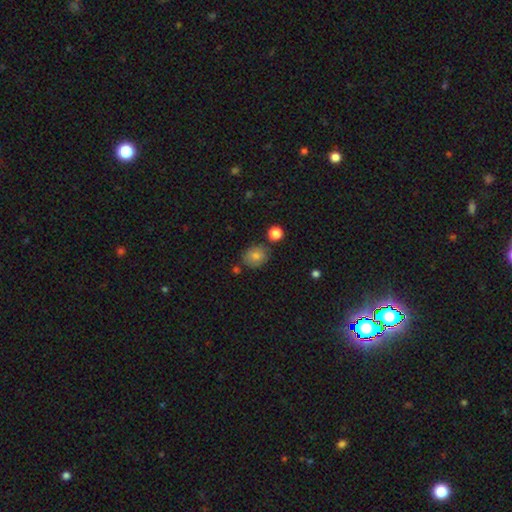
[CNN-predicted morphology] smooth 77%, star or artifact 12%, featured or disk 11%. Down the decision tree: how rounded — round (66%); merging — none (77%).